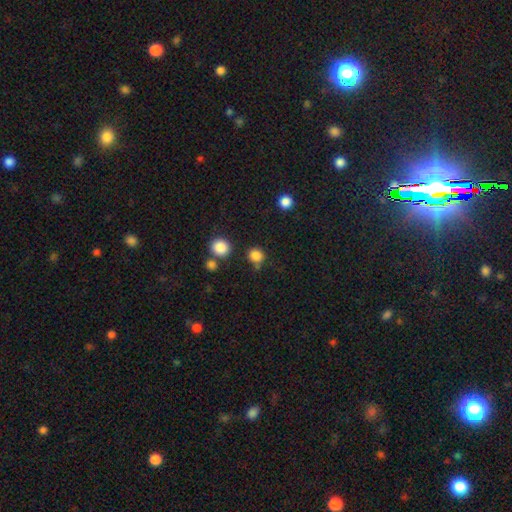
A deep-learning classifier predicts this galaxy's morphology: A smooth galaxy with no disk features (84%) that is round (85%). Merging: none (72%).